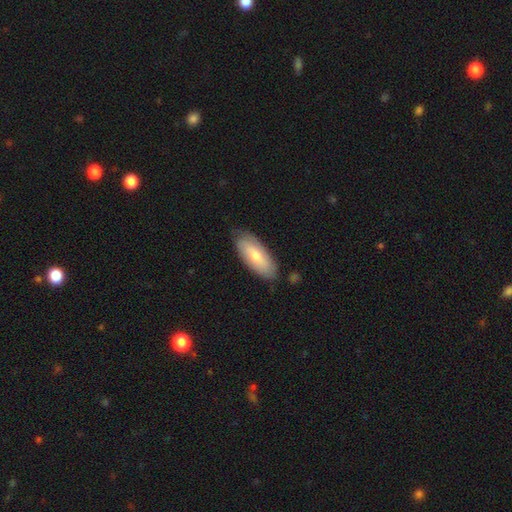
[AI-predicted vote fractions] smooth 59%, featured or disk 35%, star or artifact 6%. Down the decision tree: how rounded — in between (80%); merging — none (78%).